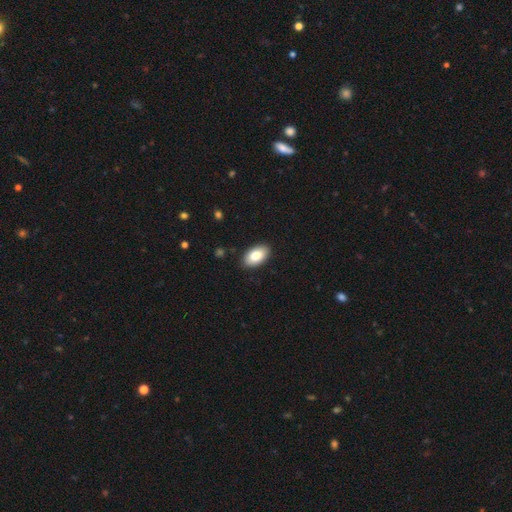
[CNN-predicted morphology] This appears to be a smooth galaxy with no disk features (84%) that is in between round and cigar-shaped (95%). Merging: none (89%).